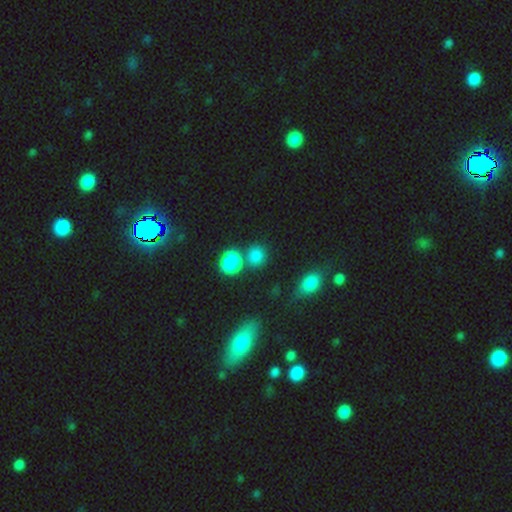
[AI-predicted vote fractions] Smooth or featured?
  - smooth: 77% *
  - star or artifact: 18%
  - featured or disk: 5%
How rounded?
  - round: 83% *
  - in between: 16%
  - cigar-shaped: 1%
Merging?
  - none: 73% *
  - merger: 14%
  - minor disturbance: 9%
  - major disturbance: 4%